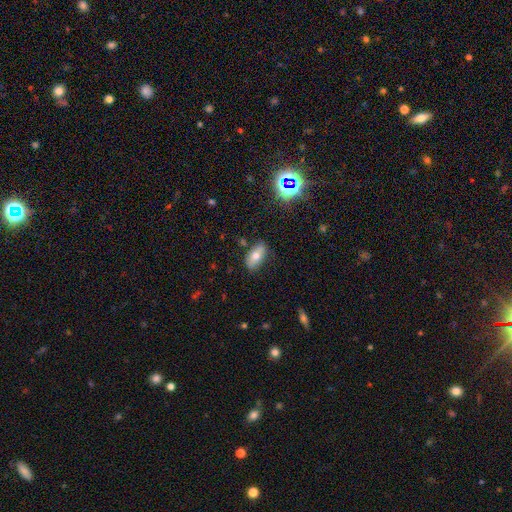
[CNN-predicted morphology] Smooth or featured?
  - smooth: 68% *
  - featured or disk: 22%
  - star or artifact: 10%
How rounded?
  - in between: 87% *
  - cigar-shaped: 9%
  - round: 4%
Merging?
  - none: 82% *
  - minor disturbance: 13%
  - major disturbance: 3%
  - merger: 3%